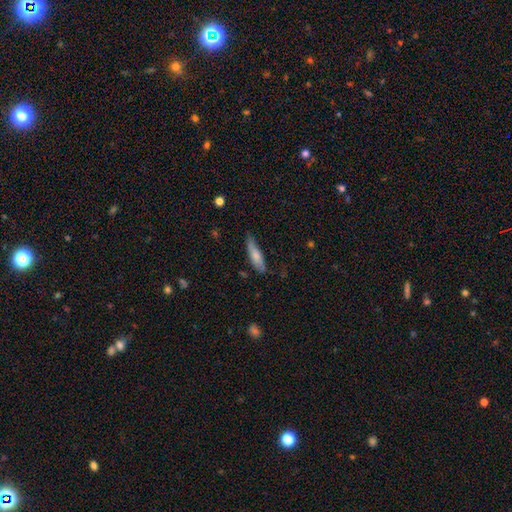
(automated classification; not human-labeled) Smooth or featured? Predicted: smooth (p=0.71). How rounded? Predicted: cigar-shaped (p=0.68). Merging? Predicted: none (p=0.67).